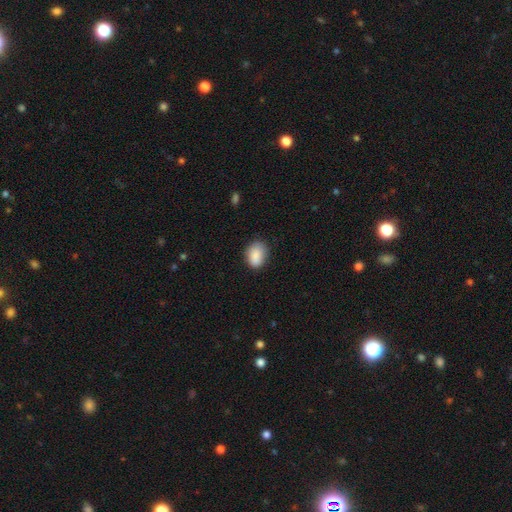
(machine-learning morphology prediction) Overall: smooth (88%). How rounded: in between (73%). Merging: none (77%).